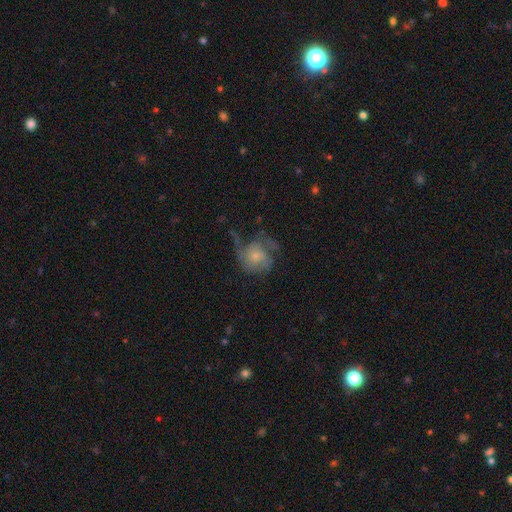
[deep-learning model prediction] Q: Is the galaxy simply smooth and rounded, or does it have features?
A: featured or disk — 55%.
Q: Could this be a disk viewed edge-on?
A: no — 98%.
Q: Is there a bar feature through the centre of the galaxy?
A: no — 81%.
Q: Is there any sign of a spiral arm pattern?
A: yes — 75%.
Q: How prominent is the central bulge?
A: small — 65%.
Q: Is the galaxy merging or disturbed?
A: major disturbance — 37%.